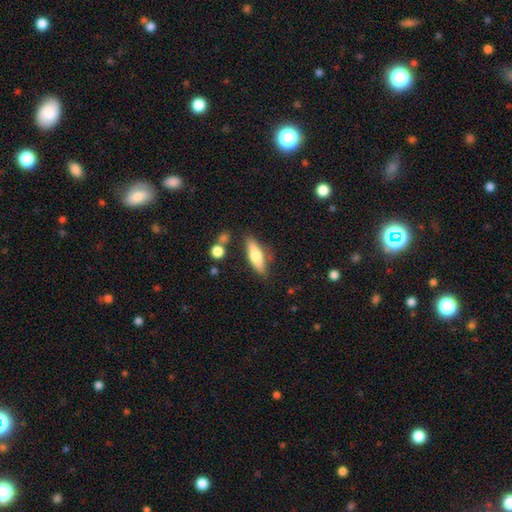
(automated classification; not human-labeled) Smooth or featured? smooth (56%)
How rounded? cigar-shaped (56%)
Merging? none (78%)